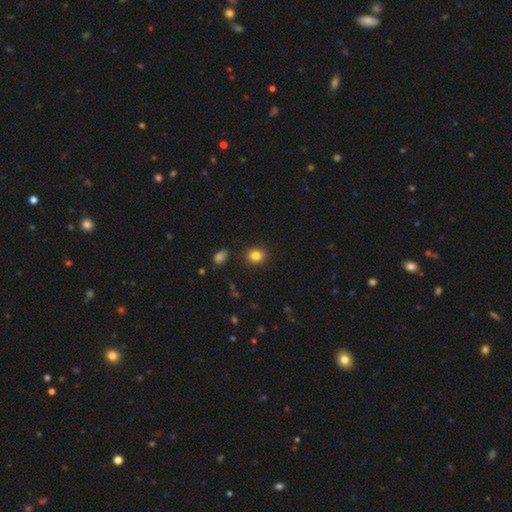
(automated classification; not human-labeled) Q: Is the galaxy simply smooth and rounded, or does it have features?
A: smooth — 84%.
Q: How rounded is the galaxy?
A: round — 72%.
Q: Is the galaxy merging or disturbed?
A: none — 88%.